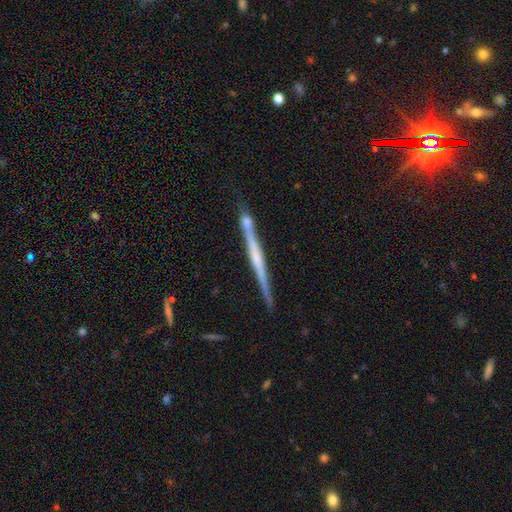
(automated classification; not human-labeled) Smooth or featured?
  - featured or disk: 73% *
  - smooth: 21%
  - star or artifact: 6%
Edge-on disk?
  - yes: 98% *
  - no: 2%
Edge-on bulge?
  - none: 45% *
  - rounded: 32%
  - boxy: 23%
Merging?
  - none: 77% *
  - minor disturbance: 12%
  - merger: 9%
  - major disturbance: 3%